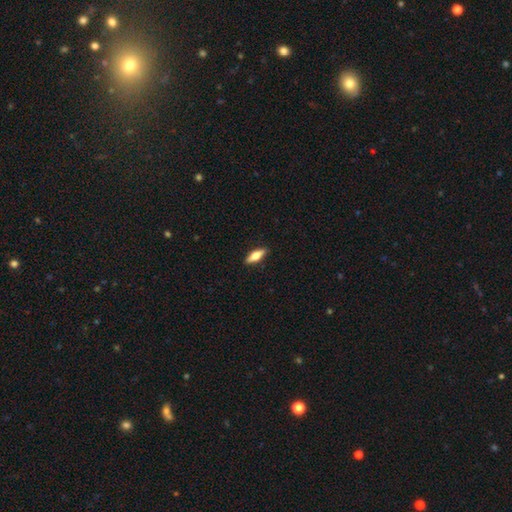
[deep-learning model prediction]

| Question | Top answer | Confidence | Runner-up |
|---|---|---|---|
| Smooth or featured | smooth | 60% | featured or disk (34%) |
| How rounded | in between | 58% | cigar-shaped (39%) |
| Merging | none | 89% | minor disturbance (8%) |